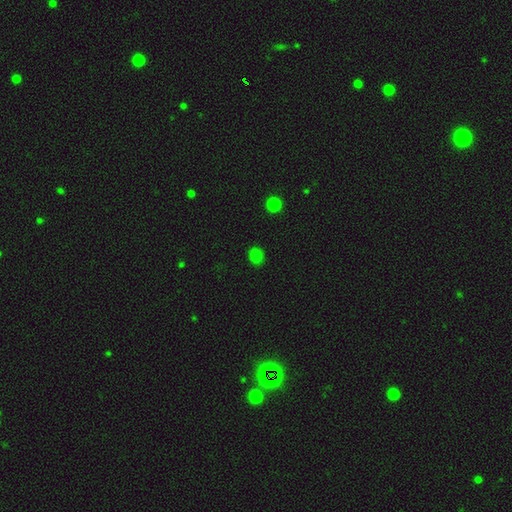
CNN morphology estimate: Smooth or featured? smooth (76%)
How rounded? round (61%)
Merging? none (86%)